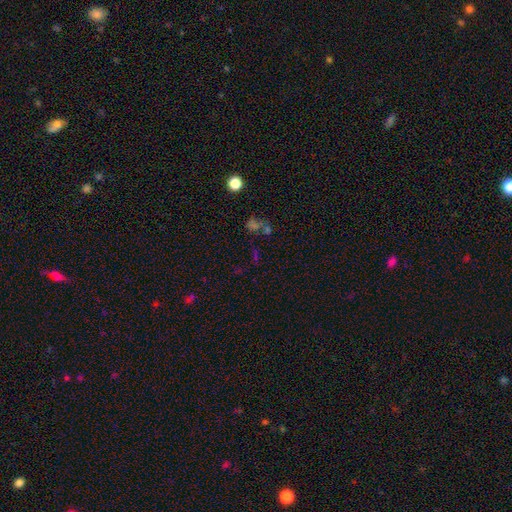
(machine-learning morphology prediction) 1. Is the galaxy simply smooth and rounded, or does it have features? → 48% star or artifact, 38% smooth, 14% featured or disk.